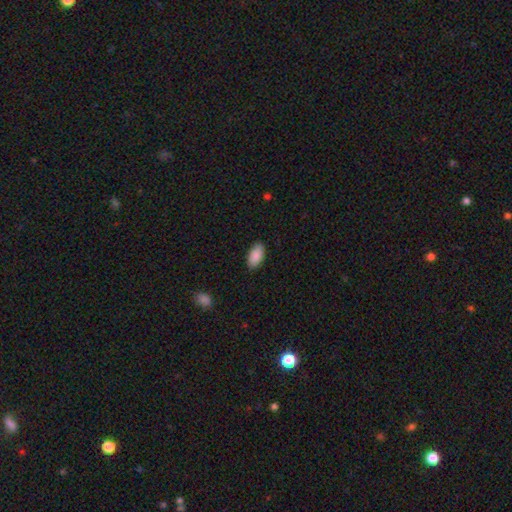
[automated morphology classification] Smooth or featured? smooth (89%)
How rounded? in between (94%)
Merging? none (87%)